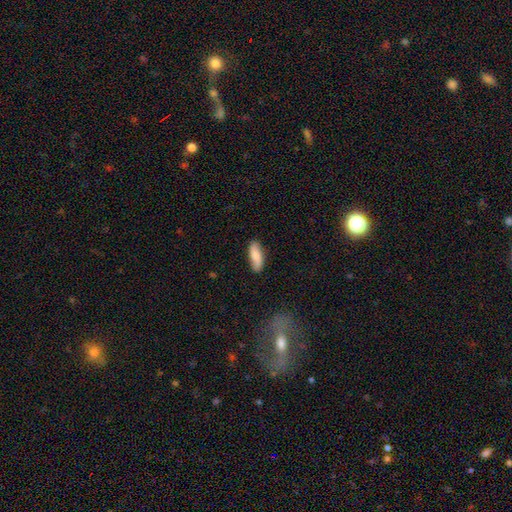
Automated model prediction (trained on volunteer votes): smooth 79%, featured or disk 15%, star or artifact 6%. Down the decision tree: how rounded — in between (63%); merging — none (82%).